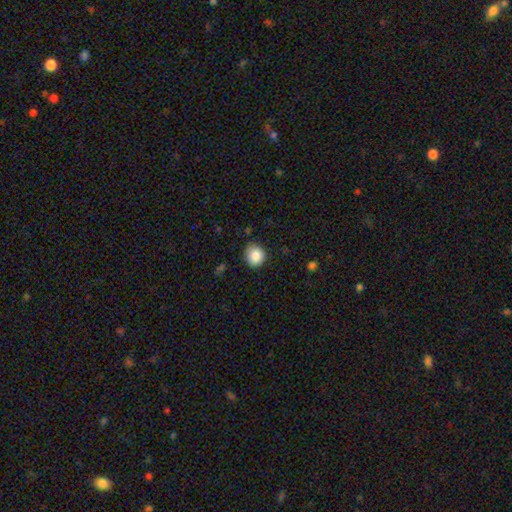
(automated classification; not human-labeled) Overall: smooth (86%). How rounded: round (83%). Merging: none (83%).